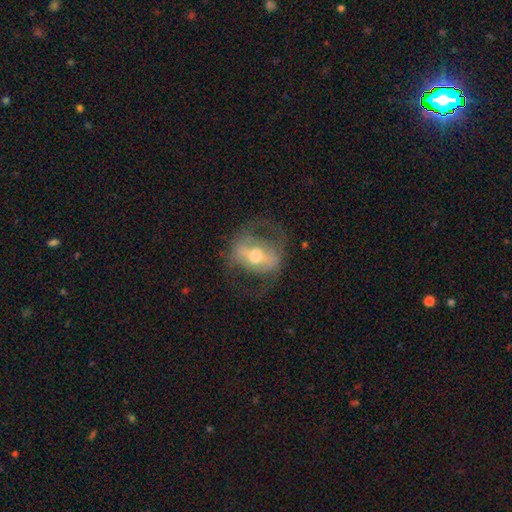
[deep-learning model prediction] smooth_or_featured: featured or disk (p=0.71) [alt: smooth p=0.23]
disk_edge_on: no (p=0.91) [alt: yes p=0.09]
bar: strong (p=0.45) [alt: weak p=0.33]
has_spiral_arms: yes (p=0.55) [alt: no p=0.45]
bulge_size: moderate (p=0.70) [alt: small p=0.17]
merging: none (p=0.61) [alt: major disturbance p=0.21]